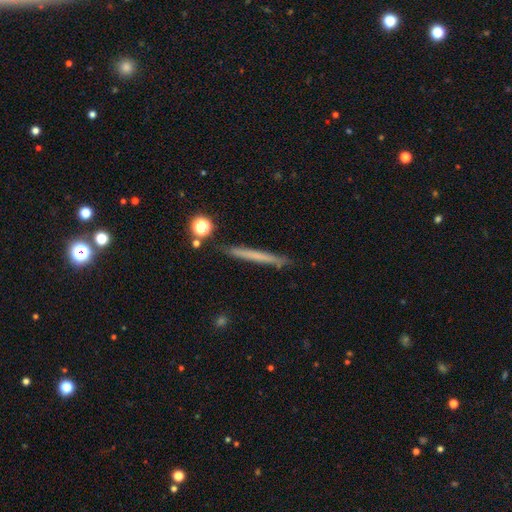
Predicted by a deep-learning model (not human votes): Smooth or featured? smooth (55%)
How rounded? cigar-shaped (96%)
Merging? none (87%)